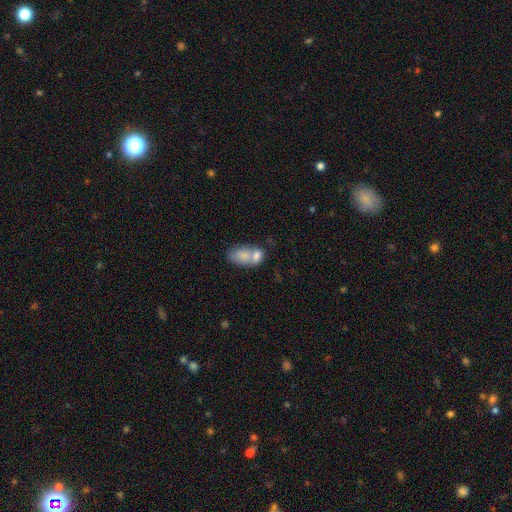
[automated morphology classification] Smooth or featured? Predicted: smooth (p=0.75). How rounded? Predicted: in between (p=0.86). Merging? Predicted: merger (p=0.60).